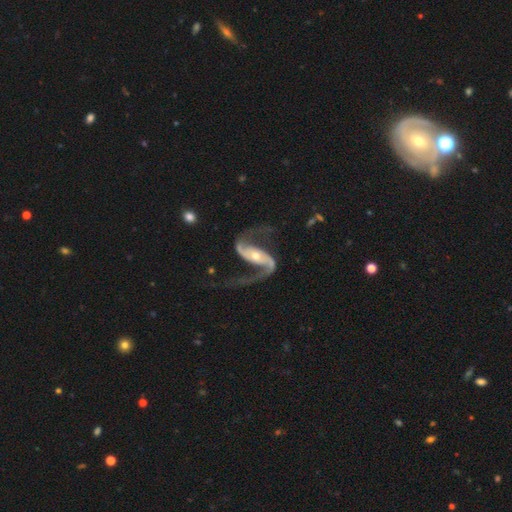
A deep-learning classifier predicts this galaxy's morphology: Smooth or featured? Predicted: featured or disk (p=0.92). Edge-on disk? Predicted: no (p=0.97). Bar? Predicted: no (p=0.38). Spiral arms? Predicted: yes (p=0.98). Spiral winding? Predicted: loose (p=0.71). Spiral arm count? Predicted: 2 (p=0.94). Bulge size? Predicted: moderate (p=0.51). Merging? Predicted: none (p=0.69).